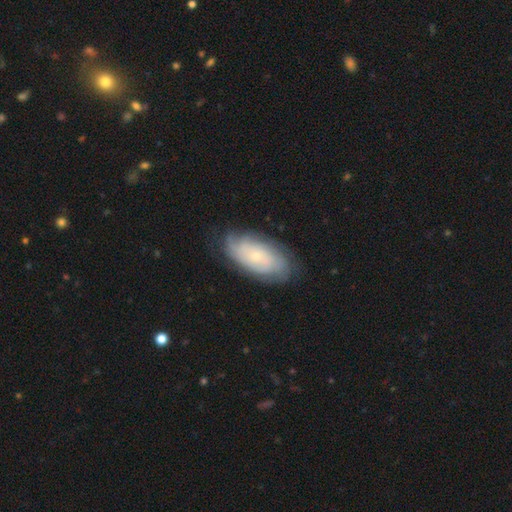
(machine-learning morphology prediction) A featured or disk galaxy (63%) with no bar (81%), tight (68%) spiral arms (87%) and a small central bulge (79%).

Vote fractions:
- Smooth or featured? featured or disk: 63% / smooth: 30% / star or artifact: 7%
- Edge-on disk? no: 92% / yes: 8%
- Bar? no: 81% / weak: 16% / strong: 3%
- Spiral arms? yes: 87% / no: 13%
- Spiral winding? tight: 68% / medium: 24% / loose: 8%
- Spiral arm count? can't tell: 55% / 2: 16% / 3: 10% / 4: 9% / more than 4: 5% / 1: 4%
- Bulge size? small: 79% / moderate: 16% / none: 2% / large: 2% / dominant: 1%
- Merging? none: 77% / minor disturbance: 17% / major disturbance: 5% / merger: 1%